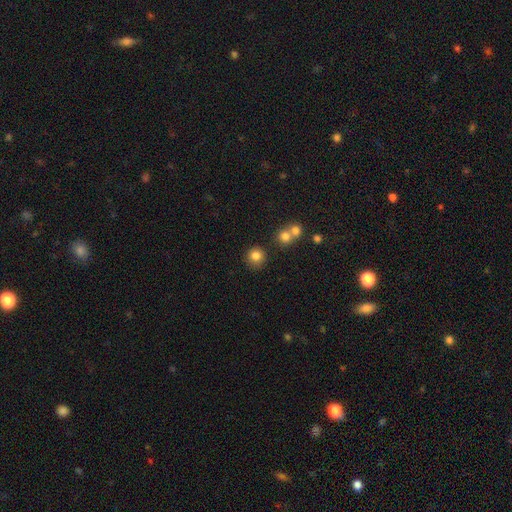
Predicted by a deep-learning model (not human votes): A smooth galaxy with no disk features (81%) that is round (92%).

Vote fractions:
- Smooth or featured? smooth: 81% / star or artifact: 12% / featured or disk: 6%
- How rounded? round: 92% / in between: 7% / cigar-shaped: 1%
- Merging? none: 79% / merger: 9% / minor disturbance: 9% / major disturbance: 3%